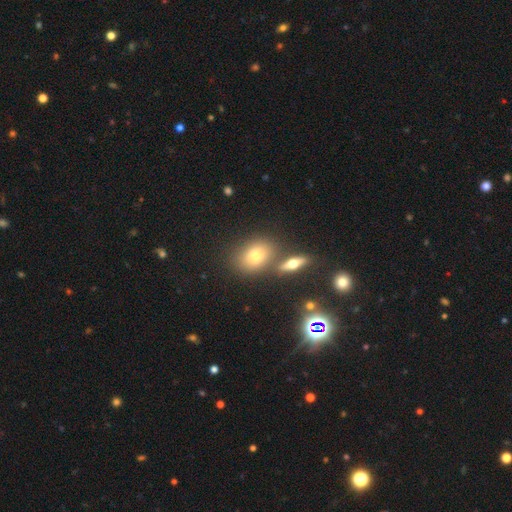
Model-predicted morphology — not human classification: Smooth or featured? smooth (73%)
How rounded? in between (66%)
Merging? none (67%)